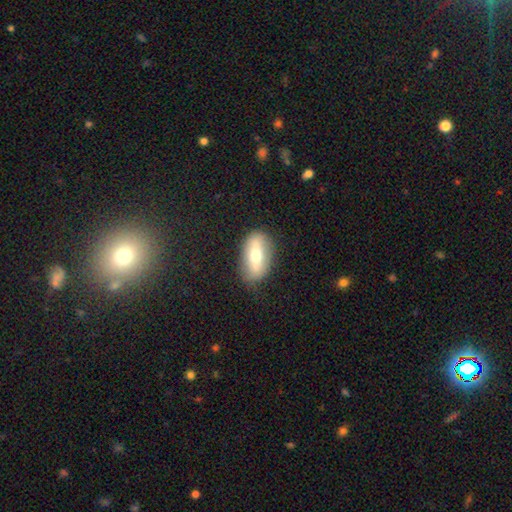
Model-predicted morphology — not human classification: A smooth galaxy with no disk features (58%) that is in between round and cigar-shaped (87%). Merging: none (80%).